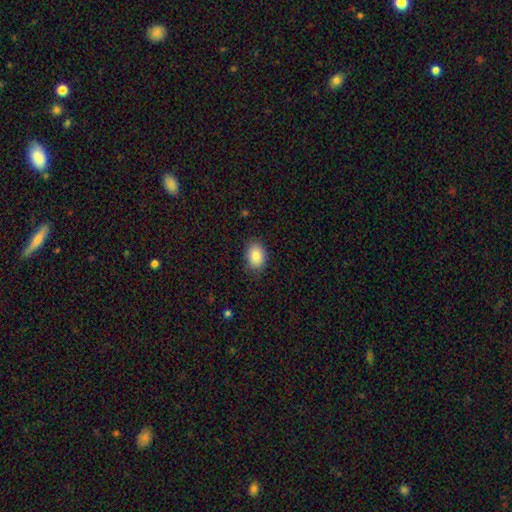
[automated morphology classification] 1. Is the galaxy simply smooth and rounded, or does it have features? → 86% smooth, 8% star or artifact, 6% featured or disk.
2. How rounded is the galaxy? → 76% in between, 23% round, 1% cigar-shaped.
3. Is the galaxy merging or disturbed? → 84% none, 12% minor disturbance, 3% major disturbance, 1% merger.